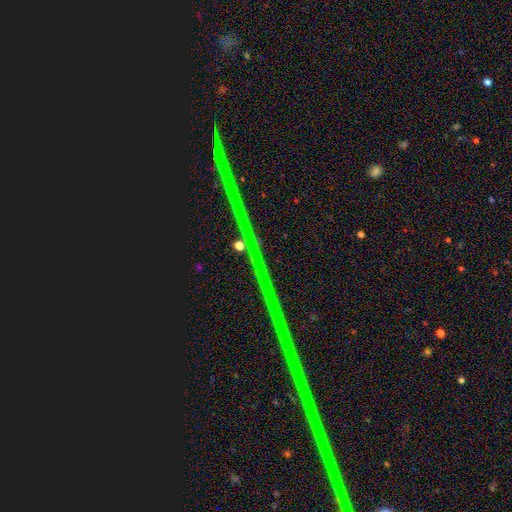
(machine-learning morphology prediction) Smooth or featured? star or artifact (90%)